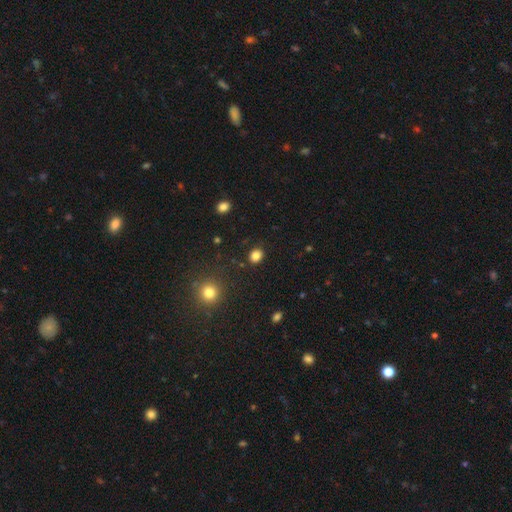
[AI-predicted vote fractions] Overall: smooth (83%). How rounded: round (62%; in between 37%). Merging: none (86%).